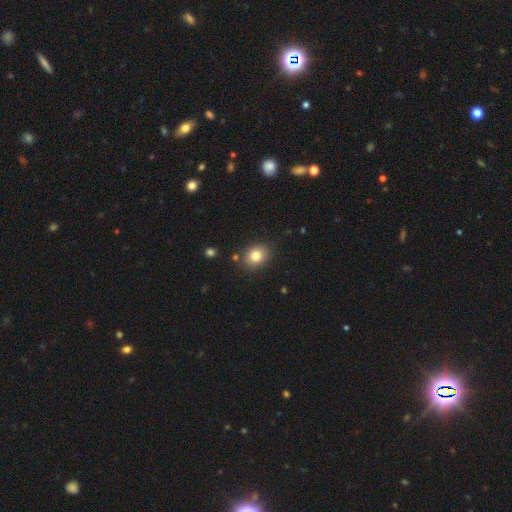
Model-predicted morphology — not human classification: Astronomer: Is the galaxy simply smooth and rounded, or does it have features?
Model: smooth — 81%.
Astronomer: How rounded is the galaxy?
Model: in between — 51% (runner-up: round, 48%).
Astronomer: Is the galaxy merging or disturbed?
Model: none — 85%.